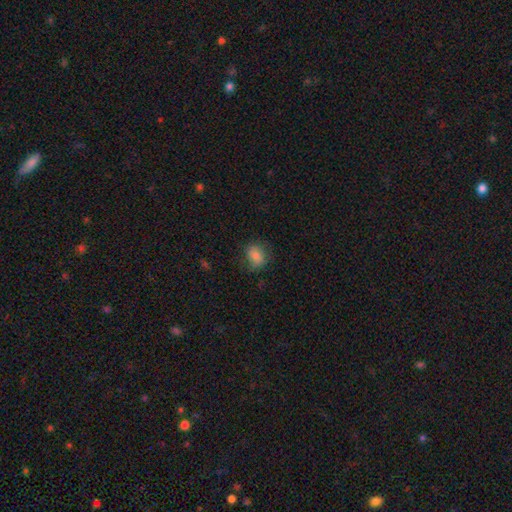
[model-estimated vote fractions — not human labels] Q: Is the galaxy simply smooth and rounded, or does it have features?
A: smooth — 80%.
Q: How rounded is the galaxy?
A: in between — 51%.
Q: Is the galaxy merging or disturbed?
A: none — 72%.